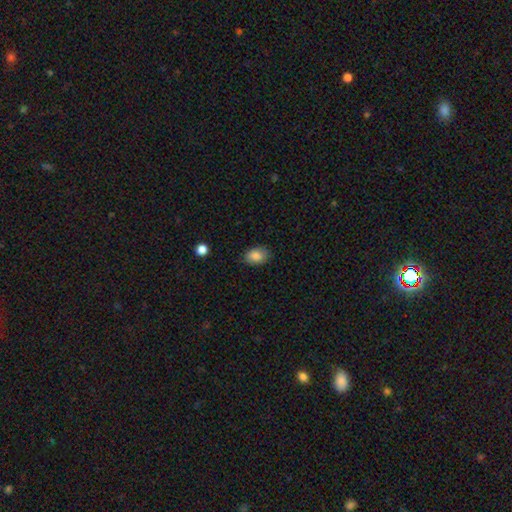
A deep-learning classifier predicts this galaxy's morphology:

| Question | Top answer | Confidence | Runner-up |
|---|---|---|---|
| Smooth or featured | smooth | 86% | star or artifact (8%) |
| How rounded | in between | 81% | round (18%) |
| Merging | none | 83% | minor disturbance (14%) |